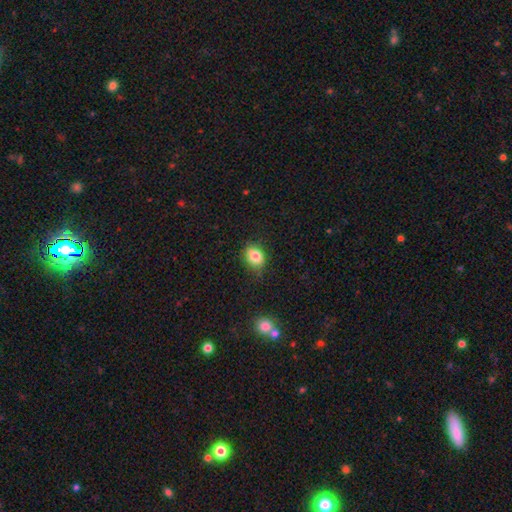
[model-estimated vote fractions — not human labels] Morphology: type=smooth (80%); roundness=in between (58%); merging=none (71%).